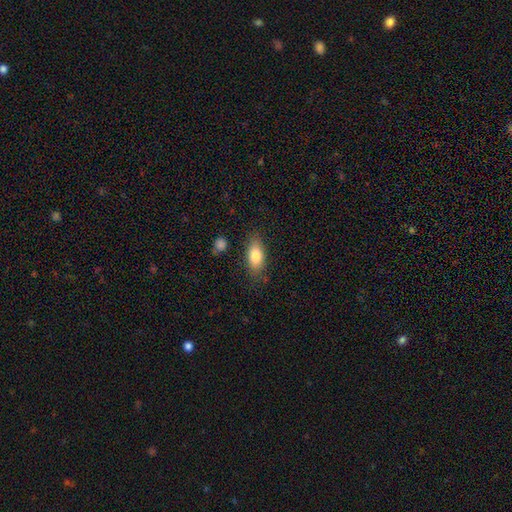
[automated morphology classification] smooth 80%, featured or disk 12%, star or artifact 7%. Down the decision tree: how rounded — in between (85%); merging — none (80%).